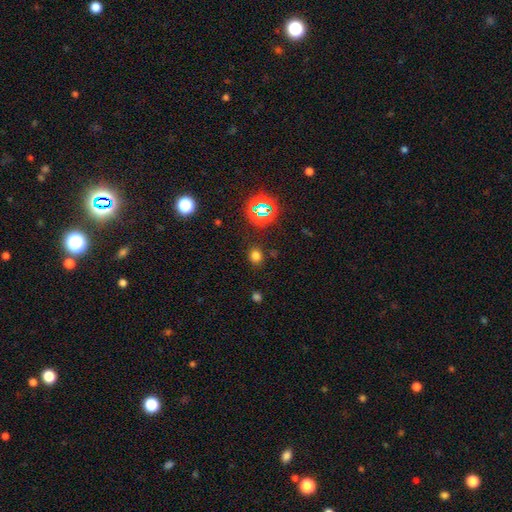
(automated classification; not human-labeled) Smooth or featured: smooth — 69% (star or artifact — 25%)
How rounded: round — 69% (in between — 30%)
Merging: none — 84% (minor disturbance — 10%)